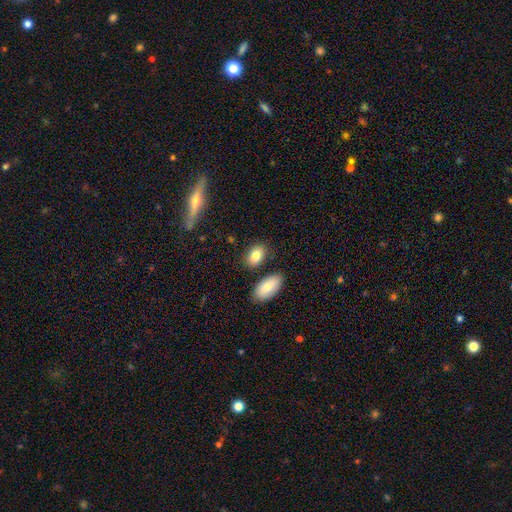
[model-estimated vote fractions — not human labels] A smooth galaxy with no disk features (82%) that is in between round and cigar-shaped (86%).

Vote fractions:
- Smooth or featured? smooth: 82% / featured or disk: 10% / star or artifact: 8%
- How rounded? in between: 86% / round: 12% / cigar-shaped: 2%
- Merging? none: 77% / minor disturbance: 11% / merger: 9% / major disturbance: 3%